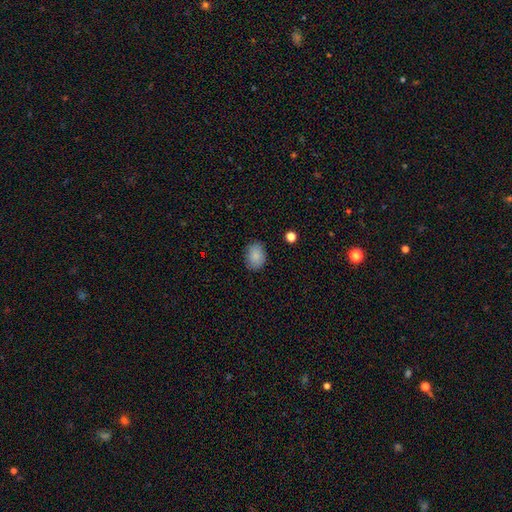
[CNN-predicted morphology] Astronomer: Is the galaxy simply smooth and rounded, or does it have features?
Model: smooth — 86%.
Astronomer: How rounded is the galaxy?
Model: in between — 65%.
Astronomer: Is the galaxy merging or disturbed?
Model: none — 84%.